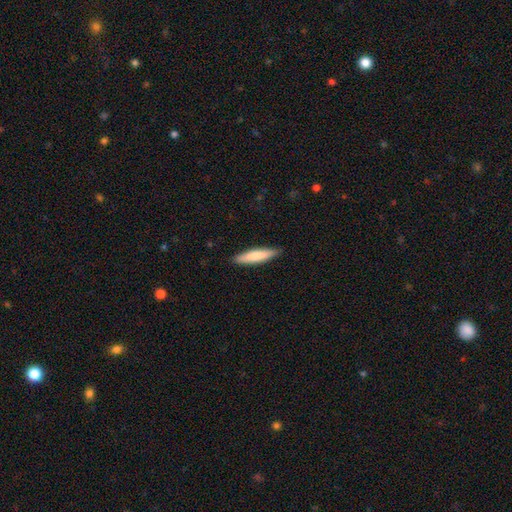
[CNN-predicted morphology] type=smooth (78%); roundness=cigar-shaped (80%); merging=none (88%).